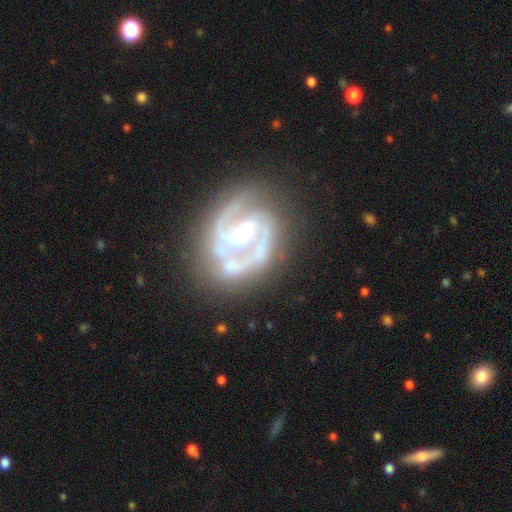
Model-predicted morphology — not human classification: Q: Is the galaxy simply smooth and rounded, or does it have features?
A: featured or disk — 89%.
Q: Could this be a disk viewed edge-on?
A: no — 98%.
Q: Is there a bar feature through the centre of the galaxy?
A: strong — 48%.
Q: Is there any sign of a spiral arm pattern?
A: yes — 95%.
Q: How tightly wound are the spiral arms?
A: medium — 49%.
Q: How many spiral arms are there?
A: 2 — 74%.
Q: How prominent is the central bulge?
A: moderate — 54%.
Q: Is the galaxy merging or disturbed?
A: none — 64%.